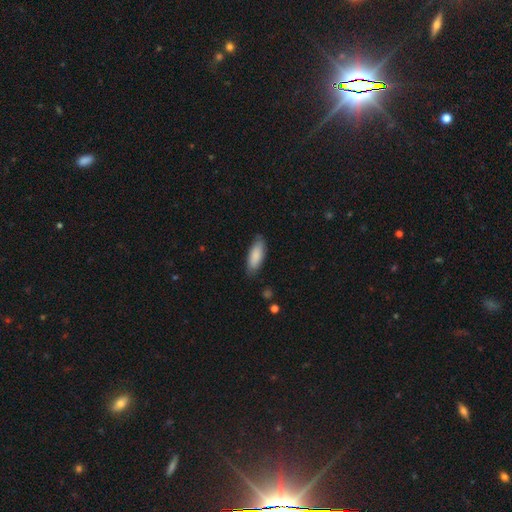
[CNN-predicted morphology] smooth 86%, featured or disk 9%, star or artifact 6%. Down the decision tree: how rounded — in between (71%); merging — none (79%).